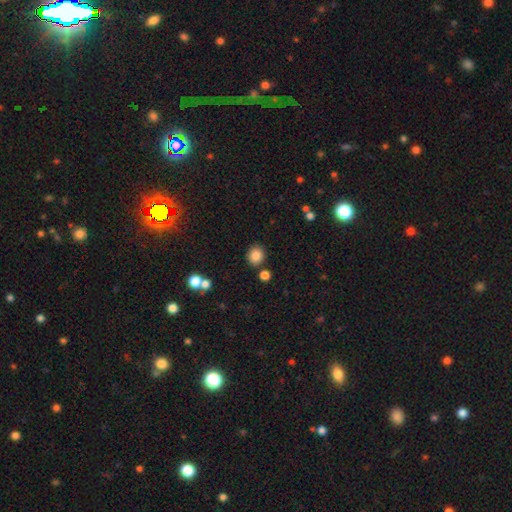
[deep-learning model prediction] smooth_or_featured: smooth (p=0.85) [alt: star or artifact p=0.10]
how_rounded: round (p=0.82) [alt: in between p=0.17]
merging: none (p=0.83) [alt: minor disturbance p=0.08]